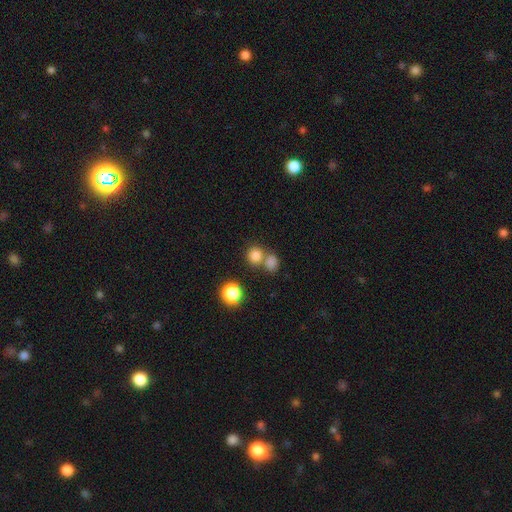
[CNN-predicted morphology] type=smooth (80%); roundness=round (82%); merging=none (53%).